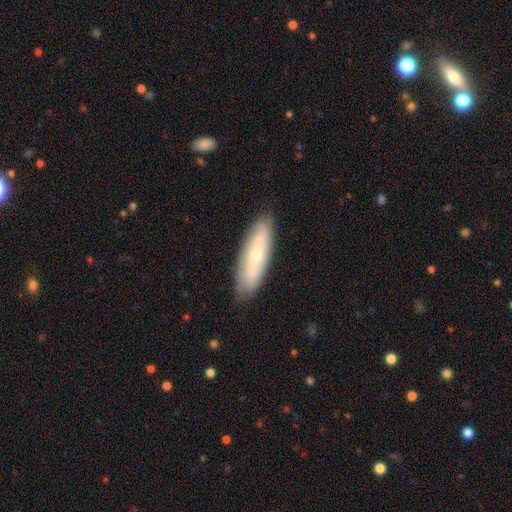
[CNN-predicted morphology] A smooth galaxy with no disk features (52%) that is cigar-shaped (61%).

Vote fractions:
- Smooth or featured? smooth: 52% / featured or disk: 42% / star or artifact: 6%
- How rounded? cigar-shaped: 61% / in between: 37% / round: 2%
- Merging? none: 85% / minor disturbance: 12% / major disturbance: 2% / merger: 1%